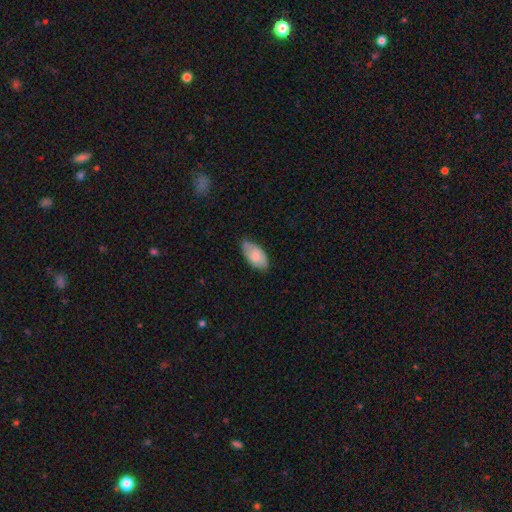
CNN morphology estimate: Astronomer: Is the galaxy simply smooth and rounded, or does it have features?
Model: smooth — 78%.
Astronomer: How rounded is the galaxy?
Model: in between — 95%.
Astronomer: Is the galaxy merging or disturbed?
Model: none — 72%.